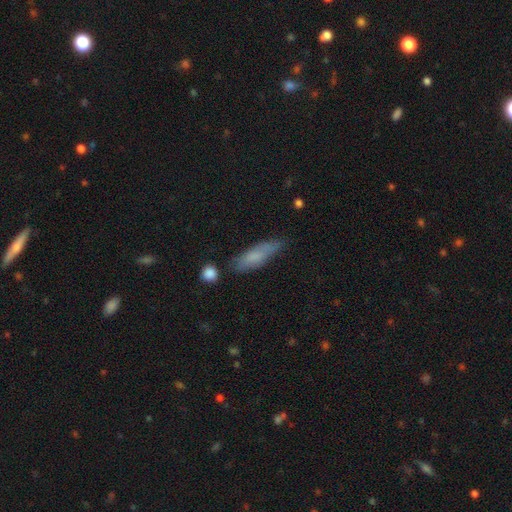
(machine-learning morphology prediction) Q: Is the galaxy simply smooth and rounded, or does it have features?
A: smooth — 72%.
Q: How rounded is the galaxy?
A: cigar-shaped — 59%.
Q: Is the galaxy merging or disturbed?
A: none — 67%.